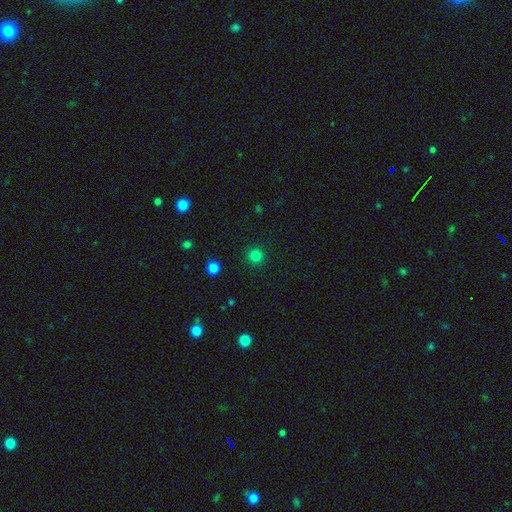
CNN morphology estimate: type=smooth (82%); roundness=round (95%); merging=none (92%).